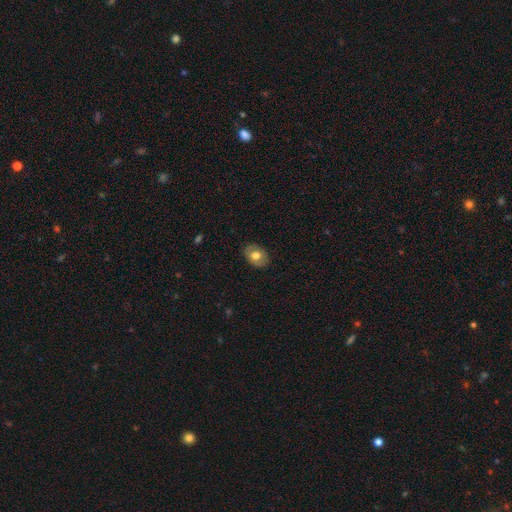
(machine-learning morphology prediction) Smooth or featured?
  - smooth: 70% *
  - featured or disk: 22%
  - star or artifact: 7%
How rounded?
  - in between: 75% *
  - round: 24%
  - cigar-shaped: 1%
Merging?
  - none: 86% *
  - minor disturbance: 11%
  - major disturbance: 2%
  - merger: 1%